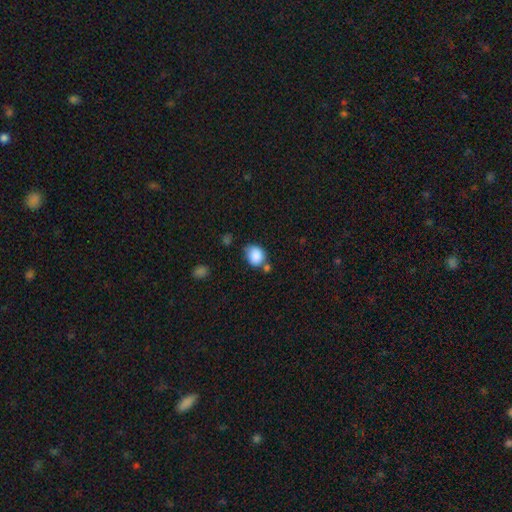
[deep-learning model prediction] The model was most divided on "how rounded": round: 62%, in between: 37%, cigar-shaped: 1%. More confident: smooth or featured — smooth (86%); merging — none (54%).